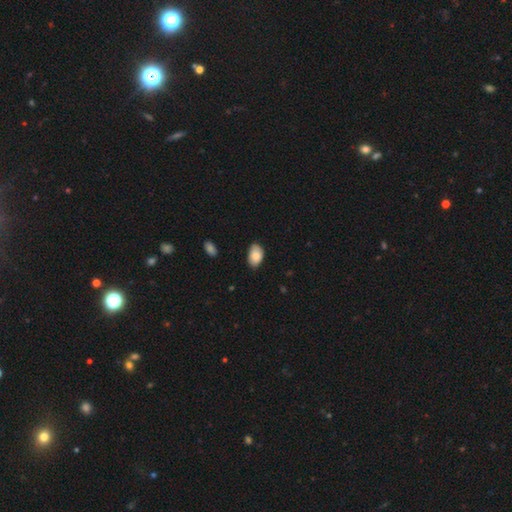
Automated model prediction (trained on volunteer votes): Q: Smooth or featured?
A: smooth (86%); runner-up: featured or disk (7%)
Q: How rounded?
A: in between (93%); runner-up: round (6%)
Q: Merging?
A: none (79%); runner-up: minor disturbance (17%)